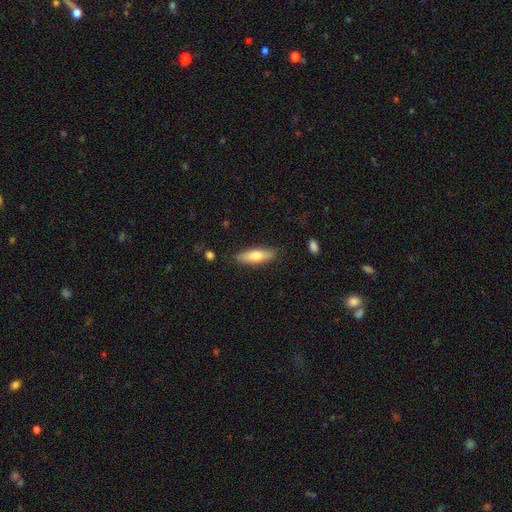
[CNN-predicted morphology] smooth_or_featured: smooth (p=0.69) [alt: featured or disk p=0.25]
how_rounded: cigar-shaped (p=0.55) [alt: in between p=0.43]
merging: none (p=0.86) [alt: minor disturbance p=0.11]